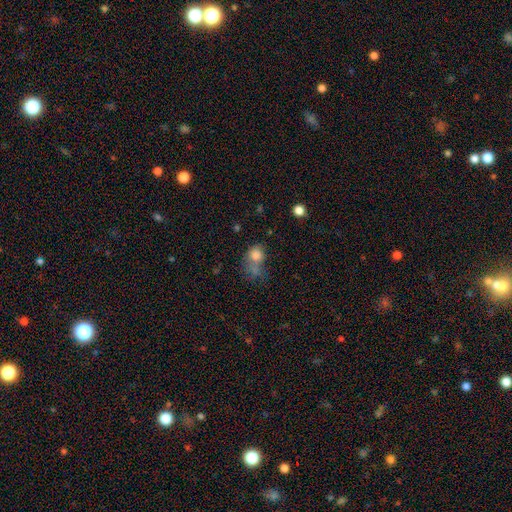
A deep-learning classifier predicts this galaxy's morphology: smooth_or_featured: smooth (p=0.76) [alt: star or artifact p=0.12]
how_rounded: round (p=0.59) [alt: in between p=0.40]
merging: merger (p=0.35) [alt: none p=0.32]